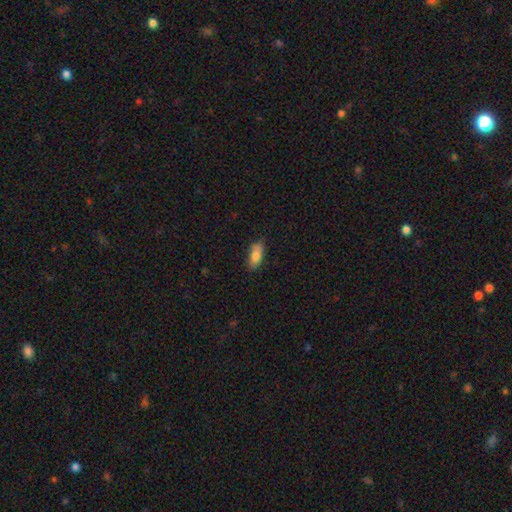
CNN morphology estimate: smooth-or-featured: smooth: 80% | featured or disk: 12% | star or artifact: 7%
  how-rounded: in between: 85% | cigar-shaped: 13% | round: 3%
  merging: none: 76% | minor disturbance: 19% | major disturbance: 3% | merger: 2%